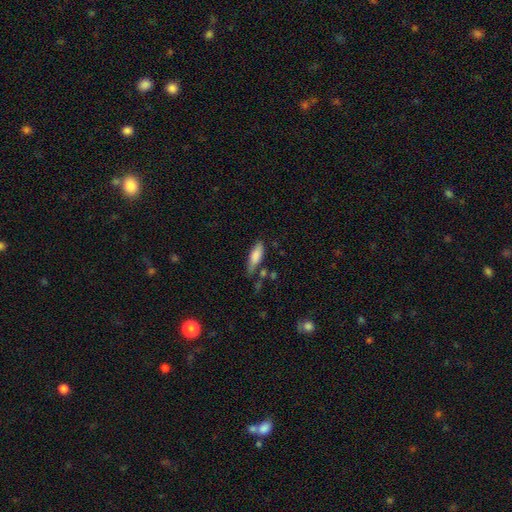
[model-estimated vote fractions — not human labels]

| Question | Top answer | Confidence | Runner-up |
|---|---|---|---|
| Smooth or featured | smooth | 81% | featured or disk (12%) |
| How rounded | in between | 56% | cigar-shaped (42%) |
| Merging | none | 58% | minor disturbance (26%) |